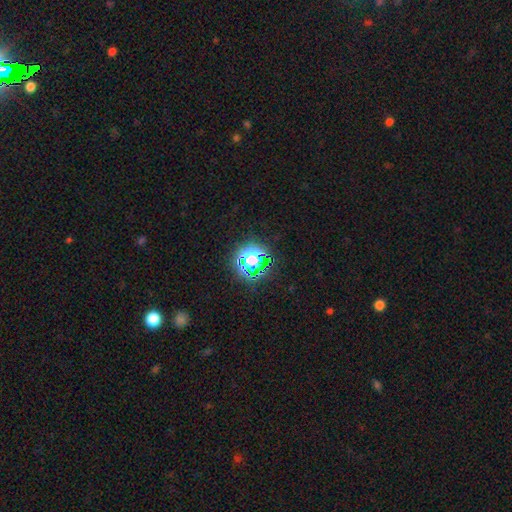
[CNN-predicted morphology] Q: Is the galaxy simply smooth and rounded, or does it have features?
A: star or artifact — 70%.